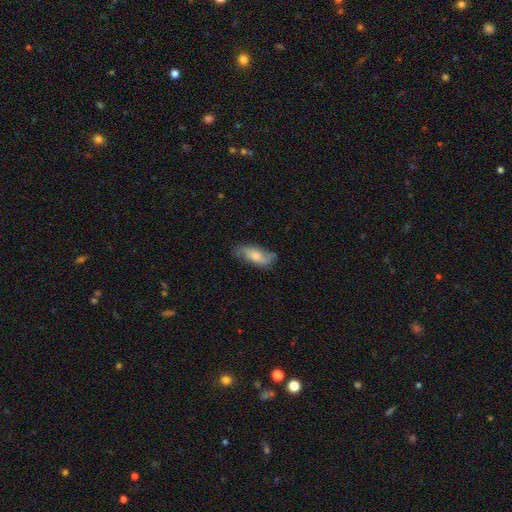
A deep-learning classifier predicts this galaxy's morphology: type=smooth (56%); roundness=in between (82%); merging=none (66%).